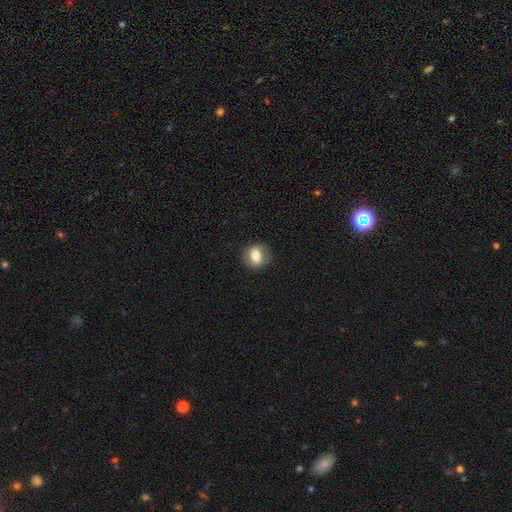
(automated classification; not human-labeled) smooth 71%, featured or disk 20%, star or artifact 9%. Down the decision tree: how rounded — round (59%); merging — none (83%).